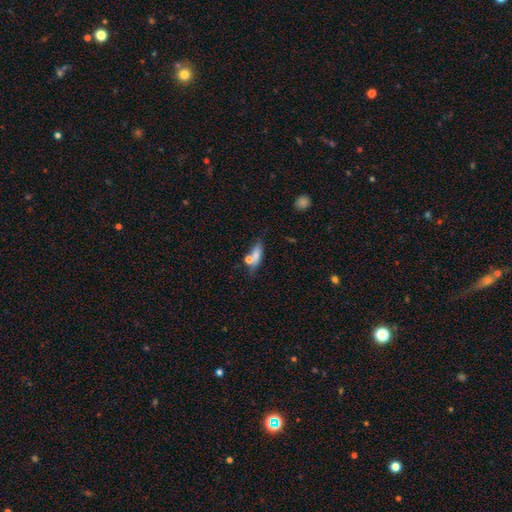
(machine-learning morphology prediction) Smooth or featured? Predicted: smooth (p=0.69). How rounded? Predicted: in between (p=0.60). Merging? Predicted: none (p=0.52).